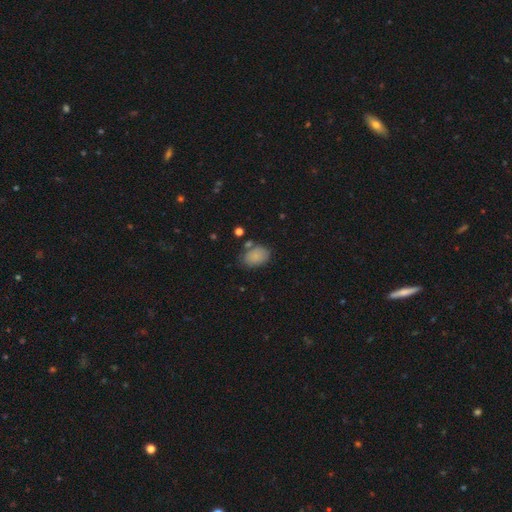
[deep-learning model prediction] A smooth galaxy with no disk features (84%) that is in between round and cigar-shaped (81%).

Vote fractions:
- Smooth or featured? smooth: 84% / star or artifact: 9% / featured or disk: 7%
- How rounded? in between: 81% / round: 18% / cigar-shaped: 1%
- Merging? none: 69% / minor disturbance: 19% / merger: 7% / major disturbance: 5%